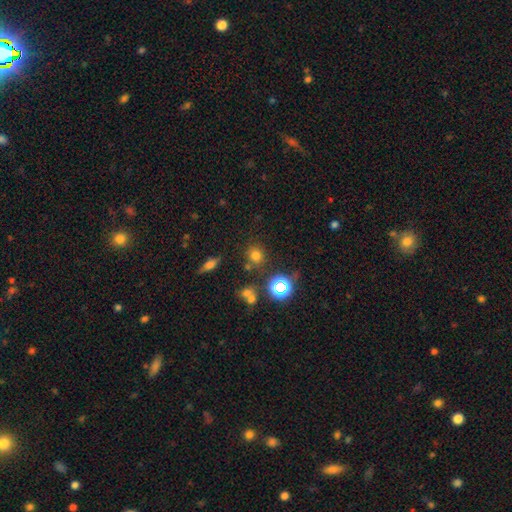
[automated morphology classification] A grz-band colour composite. It shows a smooth galaxy with no disk features (70%) that is round (84%). Merging: none (77%).